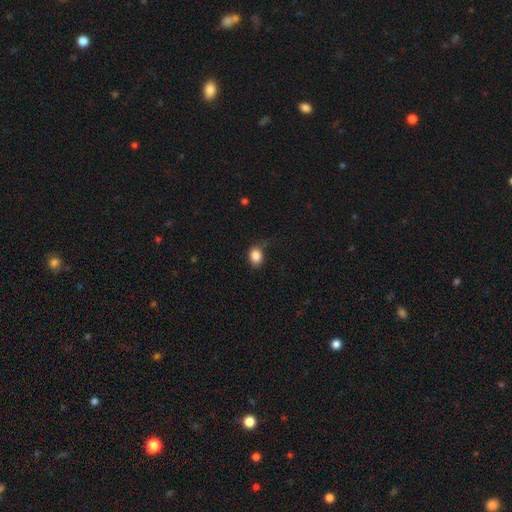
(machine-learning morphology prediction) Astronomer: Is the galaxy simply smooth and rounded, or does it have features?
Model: smooth — 86%.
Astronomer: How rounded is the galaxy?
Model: in between — 53% (runner-up: round, 46%).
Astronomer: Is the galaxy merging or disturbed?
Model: none — 64%.